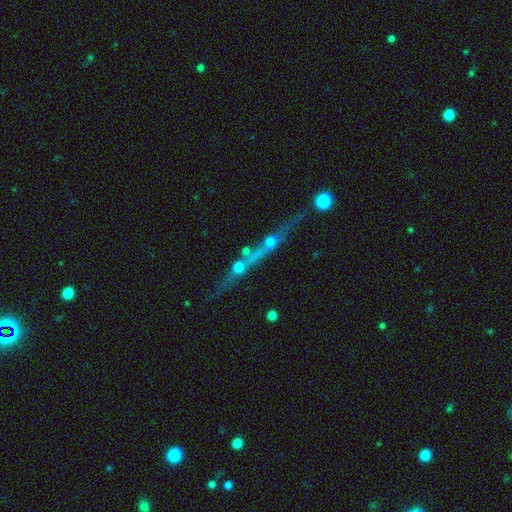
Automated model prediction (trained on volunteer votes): Smooth or featured? Predicted: featured or disk (p=0.61). Edge-on disk? Predicted: yes (p=0.78). Merging? Predicted: none (p=0.56).